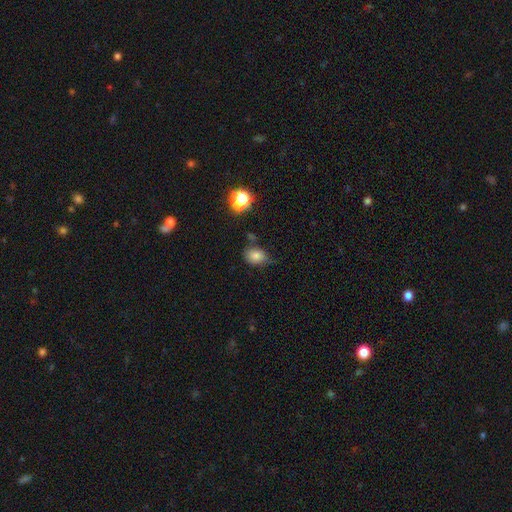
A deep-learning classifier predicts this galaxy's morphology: smooth 79%, star or artifact 13%, featured or disk 8%. Down the decision tree: how rounded — in between (63%); merging — none (59%).